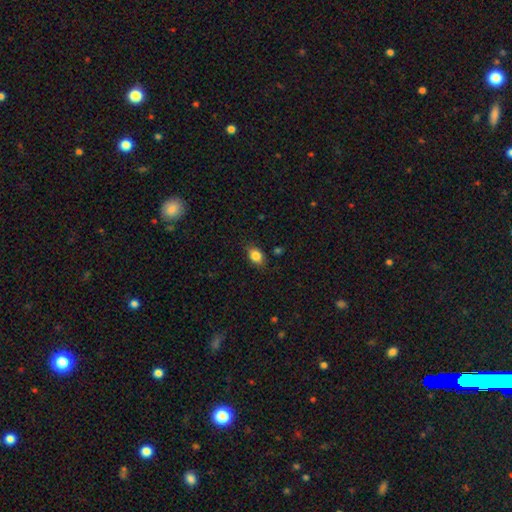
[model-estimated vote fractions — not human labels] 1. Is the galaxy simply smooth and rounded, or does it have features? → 84% smooth, 9% star or artifact, 7% featured or disk.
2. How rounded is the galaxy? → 77% in between, 21% round, 2% cigar-shaped.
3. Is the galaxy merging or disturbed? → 80% none, 15% minor disturbance, 3% major disturbance, 2% merger.